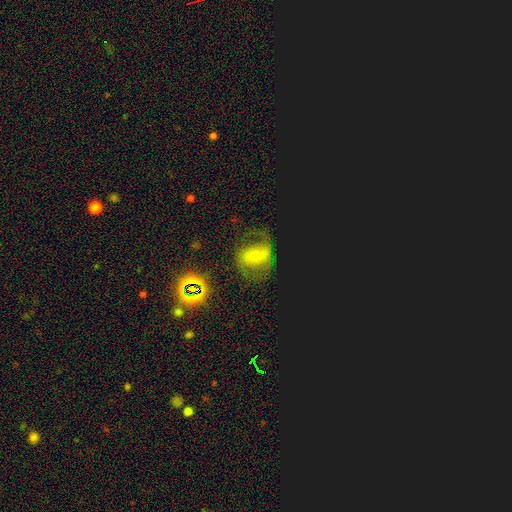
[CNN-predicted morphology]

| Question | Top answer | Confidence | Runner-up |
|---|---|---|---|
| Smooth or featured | featured or disk | 54% | smooth (24%) |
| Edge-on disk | no | 94% | yes (6%) |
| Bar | no | 36% | weak (34%) |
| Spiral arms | yes | 69% | no (31%) |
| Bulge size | moderate | 49% | small (43%) |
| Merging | none | 55% | major disturbance (22%) |